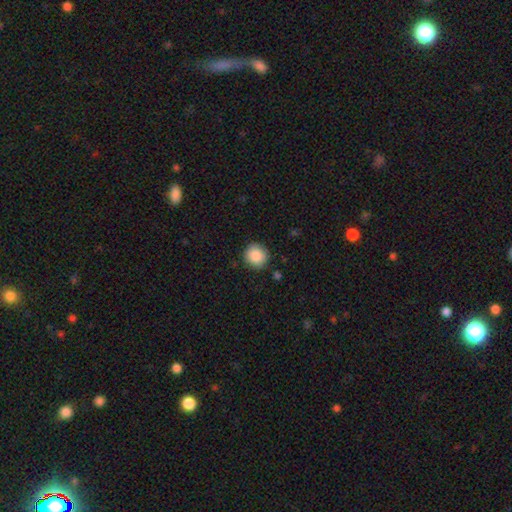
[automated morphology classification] Smooth or featured? smooth (87%)
How rounded? round (93%)
Merging? none (88%)